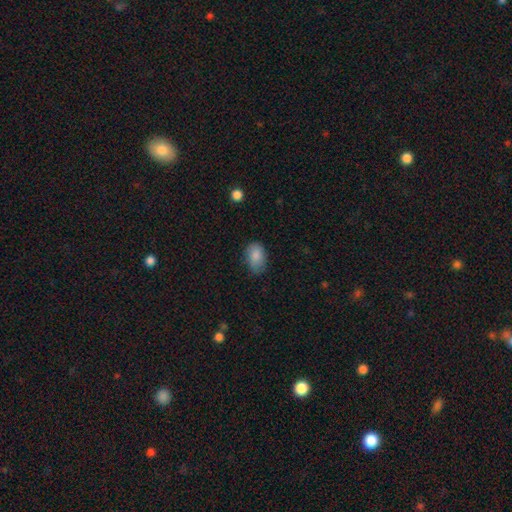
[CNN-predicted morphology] A smooth galaxy with no disk features (86%) that is in between round and cigar-shaped (85%).

Vote fractions:
- Smooth or featured? smooth: 86% / star or artifact: 7% / featured or disk: 7%
- How rounded? in between: 85% / round: 14% / cigar-shaped: 1%
- Merging? none: 71% / minor disturbance: 23% / major disturbance: 5% / merger: 1%